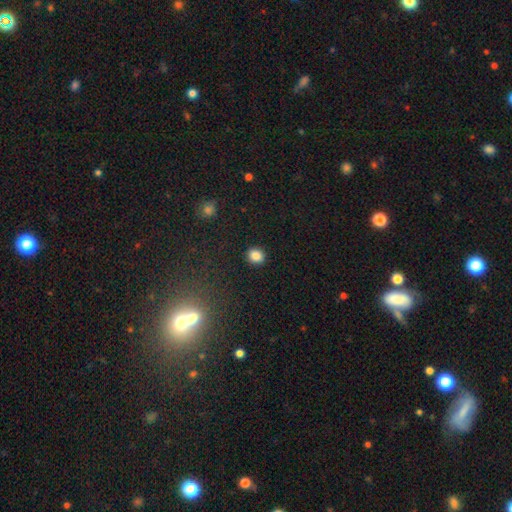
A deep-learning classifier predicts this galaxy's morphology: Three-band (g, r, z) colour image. It shows a smooth galaxy with no disk features (85%) that is round (77%). Merging: none (91%).